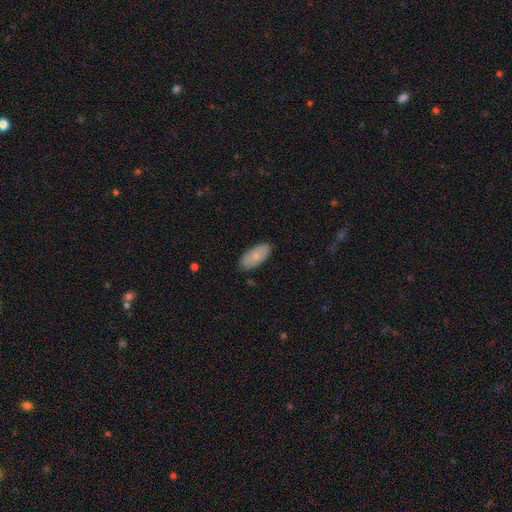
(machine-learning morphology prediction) A smooth galaxy with no disk features (76%) that is in between round and cigar-shaped (92%).

Vote fractions:
- Smooth or featured? smooth: 76% / featured or disk: 18% / star or artifact: 6%
- How rounded? in between: 92% / cigar-shaped: 6% / round: 2%
- Merging? none: 86% / minor disturbance: 11% / major disturbance: 2% / merger: 1%